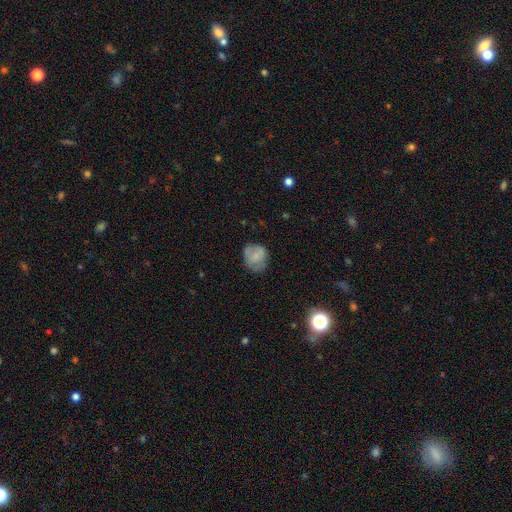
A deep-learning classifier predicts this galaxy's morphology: smooth 69%, featured or disk 22%, star or artifact 9%. Down the decision tree: how rounded — round (69%); merging — none (58%).